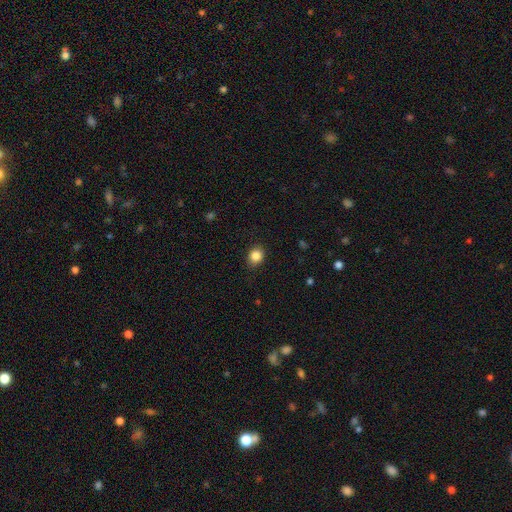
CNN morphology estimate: This is clearly a smooth galaxy (85%). How rounded: likely round (66%). Merging: clearly none (86%).